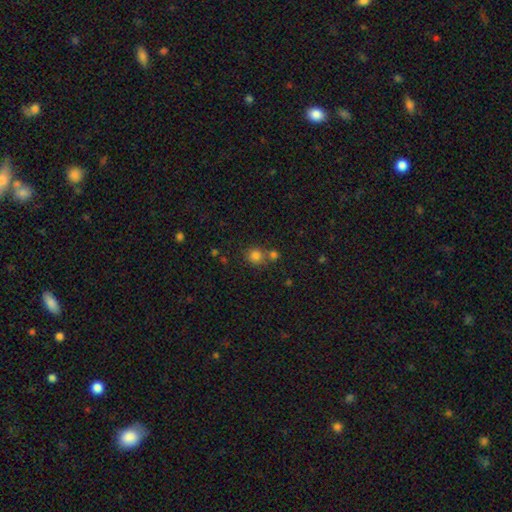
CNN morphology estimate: Smooth or featured?
  - smooth: 79% *
  - star or artifact: 14%
  - featured or disk: 7%
How rounded?
  - round: 86% *
  - in between: 13%
  - cigar-shaped: 1%
Merging?
  - none: 60% *
  - merger: 28%
  - minor disturbance: 9%
  - major disturbance: 3%